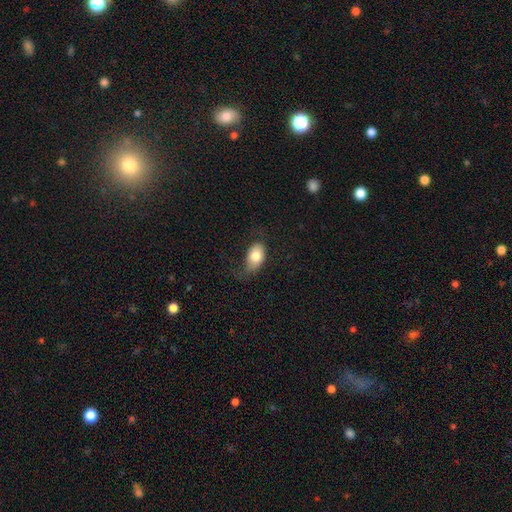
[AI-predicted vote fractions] Overall: smooth (80%). How rounded: in between (91%). Merging: none (51%; minor disturbance 29%).